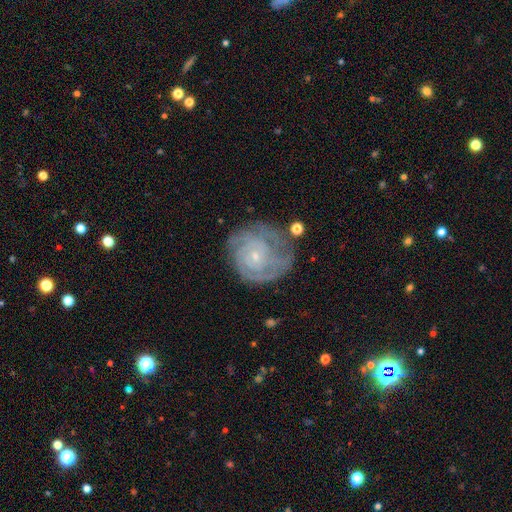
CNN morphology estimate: Smooth or featured? Predicted: featured or disk (p=0.83). Edge-on disk? Predicted: no (p=0.98). Bar? Predicted: no (p=0.77). Spiral arms? Predicted: yes (p=0.95). Spiral winding? Predicted: tight (p=0.76). Spiral arm count? Predicted: can't tell (p=0.31). Bulge size? Predicted: small (p=0.83). Merging? Predicted: none (p=0.65).